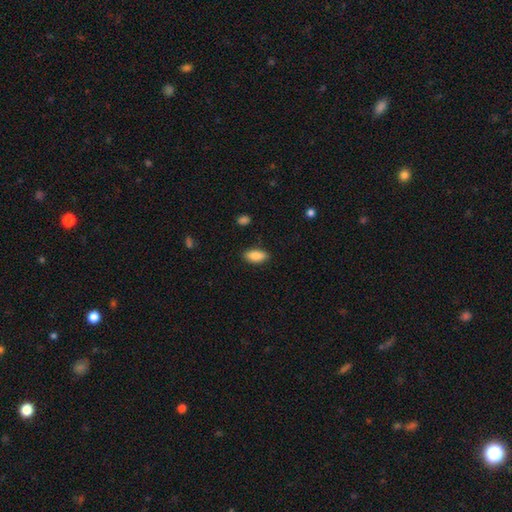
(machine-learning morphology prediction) smooth-or-featured: smooth: 87% | star or artifact: 7% | featured or disk: 6%
  how-rounded: in between: 89% | cigar-shaped: 9% | round: 2%
  merging: none: 87% | minor disturbance: 9% | major disturbance: 2% | merger: 1%